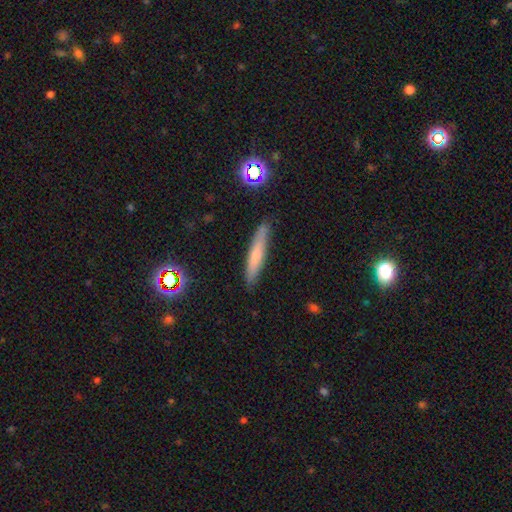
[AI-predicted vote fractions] Q: Smooth or featured?
A: smooth (57%); runner-up: featured or disk (33%)
Q: How rounded?
A: cigar-shaped (91%); runner-up: in between (7%)
Q: Merging?
A: none (87%); runner-up: minor disturbance (9%)